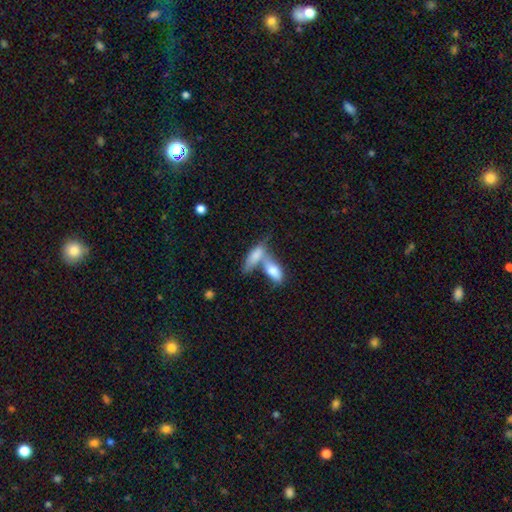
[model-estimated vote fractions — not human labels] The model was most divided on "how rounded": in between: 68%, cigar-shaped: 29%, round: 3%. More confident: smooth or featured — smooth (75%); merging — merger (66%).